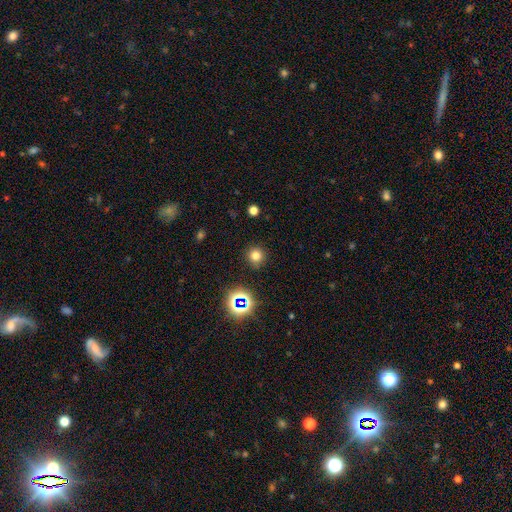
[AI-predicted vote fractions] smooth-or-featured: smooth: 74% | star or artifact: 20% | featured or disk: 6%
  how-rounded: round: 94% | in between: 5% | cigar-shaped: 1%
  merging: none: 89% | minor disturbance: 7% | major disturbance: 3% | merger: 2%